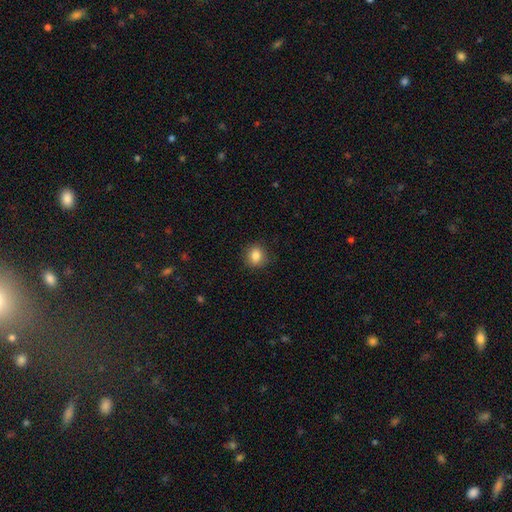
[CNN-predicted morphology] smooth-or-featured: smooth: 85% | star or artifact: 10% | featured or disk: 5%
  how-rounded: round: 80% | in between: 19% | cigar-shaped: 1%
  merging: none: 87% | minor disturbance: 9% | major disturbance: 2% | merger: 1%